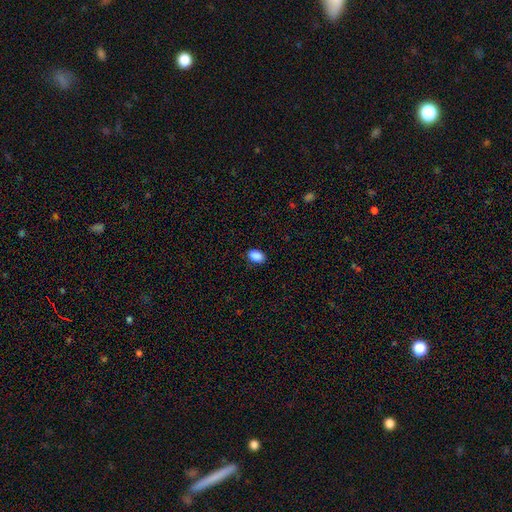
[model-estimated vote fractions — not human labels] Smooth or featured? Predicted: smooth (p=0.89). How rounded? Predicted: in between (p=0.87). Merging? Predicted: none (p=0.86).